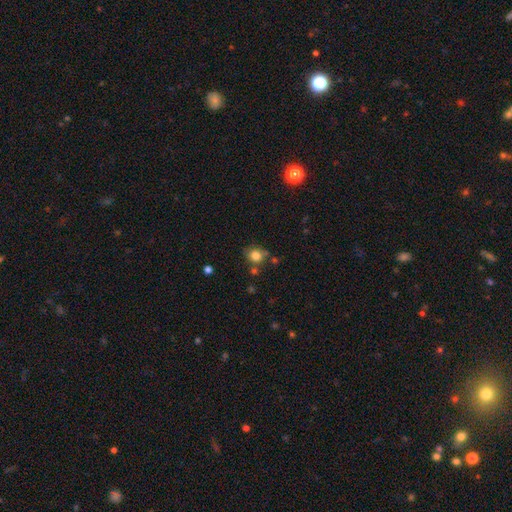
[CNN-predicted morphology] smooth 81%, star or artifact 12%, featured or disk 7%. Down the decision tree: how rounded — round (73%); merging — none (68%).